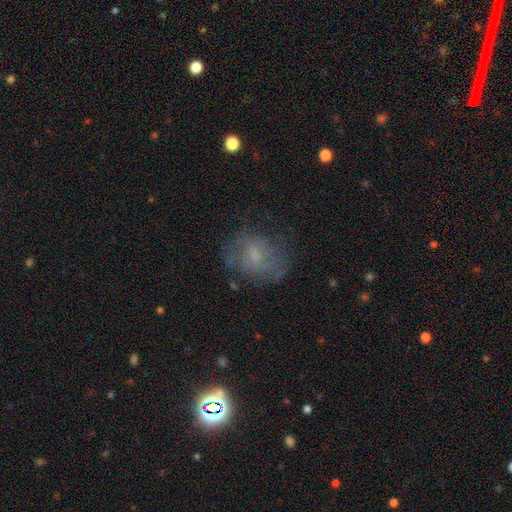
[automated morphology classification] type=featured or disk (49%); merging=none (64%).